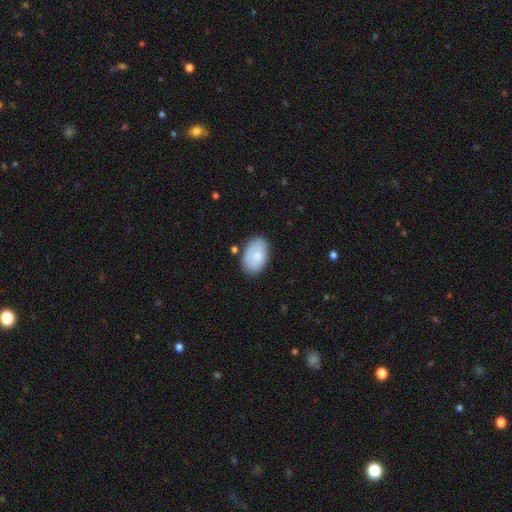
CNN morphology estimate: A smooth galaxy with no disk features (83%) that is in between round and cigar-shaped (92%). Merging: none (77%).